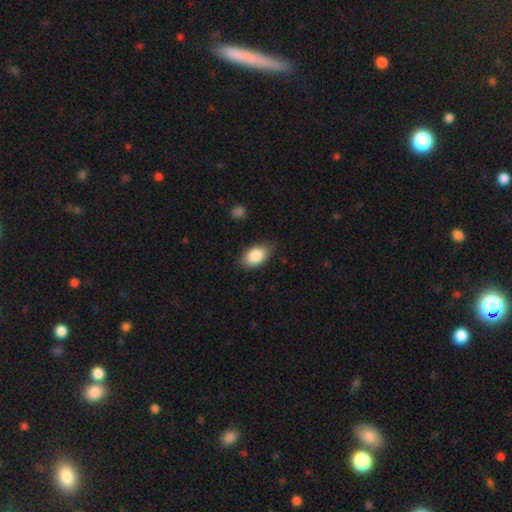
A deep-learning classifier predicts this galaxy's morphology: This appears to be a smooth galaxy with no disk features (86%) that is in between round and cigar-shaped (91%). Merging: none (81%).